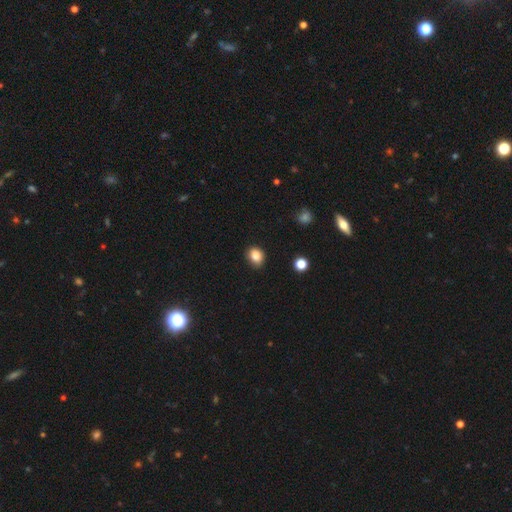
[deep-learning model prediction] smooth-or-featured: smooth: 86% | star or artifact: 10% | featured or disk: 4%
  how-rounded: round: 52% | in between: 47% | cigar-shaped: 1%
  merging: none: 82% | minor disturbance: 14% | major disturbance: 3% | merger: 1%